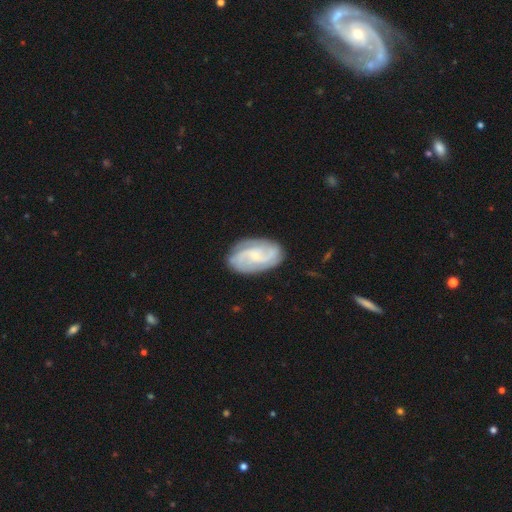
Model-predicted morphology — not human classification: The model was most divided on "spiral winding": medium: 44%, tight: 39%, loose: 17%. Remaining: edge-on disk — no (97%); spiral arms — yes (97%); smooth or featured — featured or disk (82%); merging — none (80%); bulge size — small (67%); bar — no (54%); spiral arm count — 2 (38%).